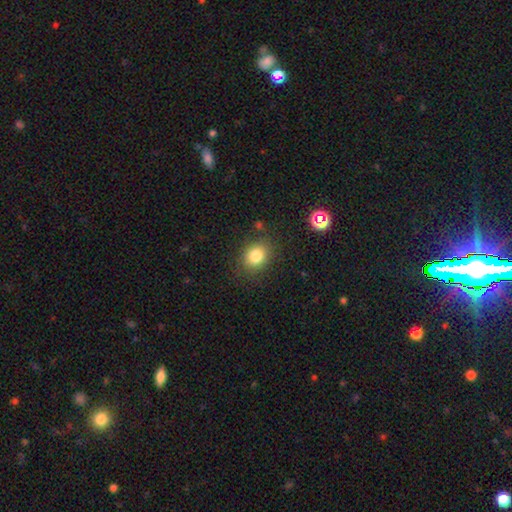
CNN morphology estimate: Smooth or featured: smooth — 82% (star or artifact — 11%)
How rounded: round — 61% (in between — 39%)
Merging: none — 83% (minor disturbance — 11%)